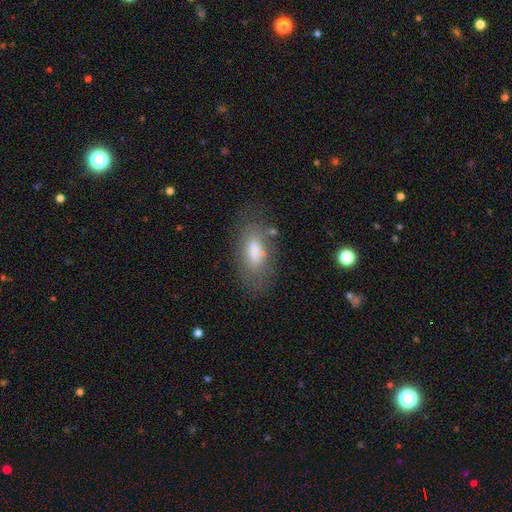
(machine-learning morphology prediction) A smooth galaxy with no disk features (66%) that is in between round and cigar-shaped (86%). Merging: none (75%).